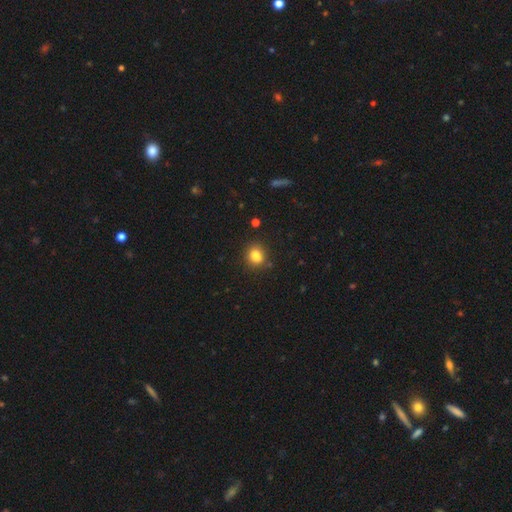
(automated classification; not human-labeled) The model was most divided on "how rounded": in between: 51%, round: 48%, cigar-shaped: 1%. More confident: smooth or featured — smooth (83%); merging — none (78%).